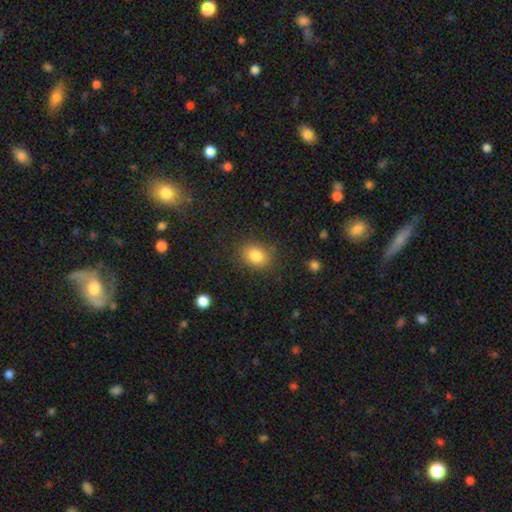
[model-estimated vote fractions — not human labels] A smooth galaxy with no disk features (83%) that is in between round and cigar-shaped (61%).

Vote fractions:
- Smooth or featured? smooth: 83% / star or artifact: 10% / featured or disk: 7%
- How rounded? in between: 61% / round: 38% / cigar-shaped: 1%
- Merging? none: 83% / minor disturbance: 12% / major disturbance: 4% / merger: 2%